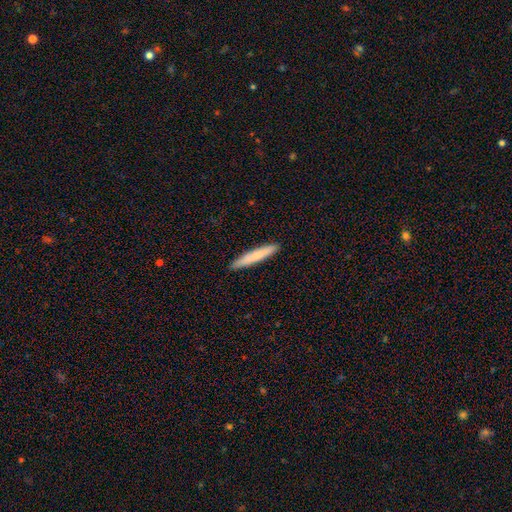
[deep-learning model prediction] Smooth or featured? Predicted: smooth (p=0.74). How rounded? Predicted: cigar-shaped (p=0.94). Merging? Predicted: none (p=0.91).